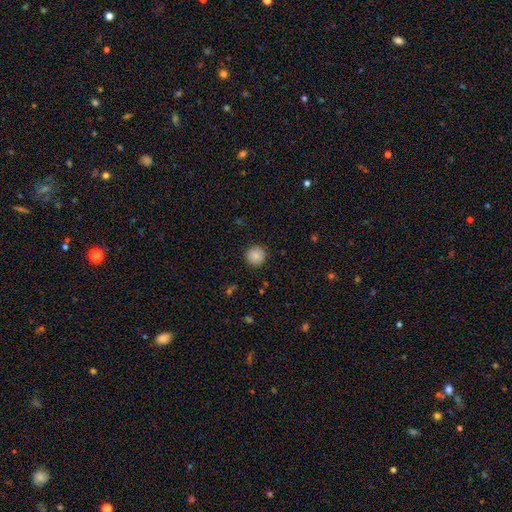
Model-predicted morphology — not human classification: Overall: smooth (87%). How rounded: round (95%). Merging: none (91%).